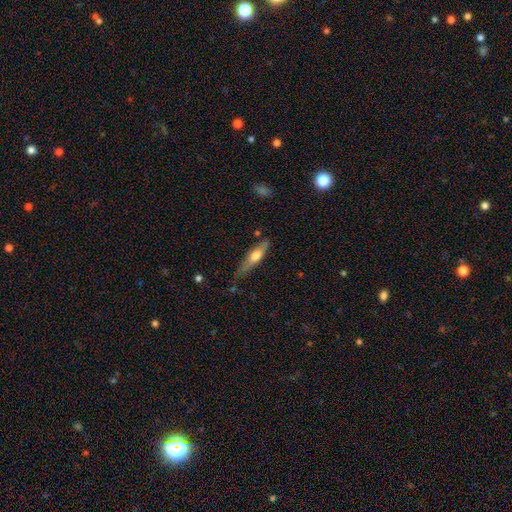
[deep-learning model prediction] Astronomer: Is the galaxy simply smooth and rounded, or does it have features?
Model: smooth — 50% (runner-up: featured or disk, 44%).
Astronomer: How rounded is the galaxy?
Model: cigar-shaped — 76%.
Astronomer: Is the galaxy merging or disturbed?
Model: none — 71%.